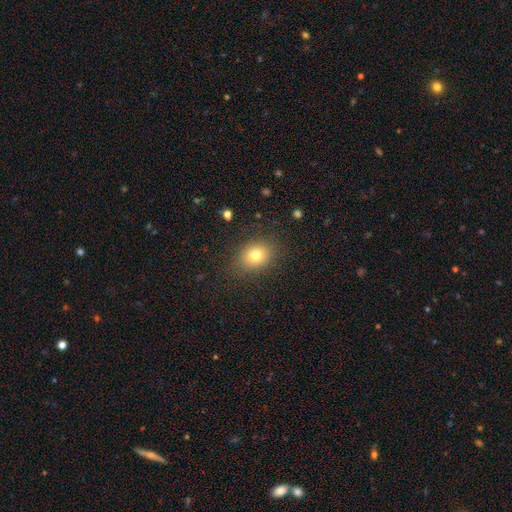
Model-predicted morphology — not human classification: smooth-or-featured: smooth: 76% | star or artifact: 13% | featured or disk: 11%
  how-rounded: round: 54% | in between: 45% | cigar-shaped: 1%
  merging: none: 84% | minor disturbance: 11% | major disturbance: 4% | merger: 1%